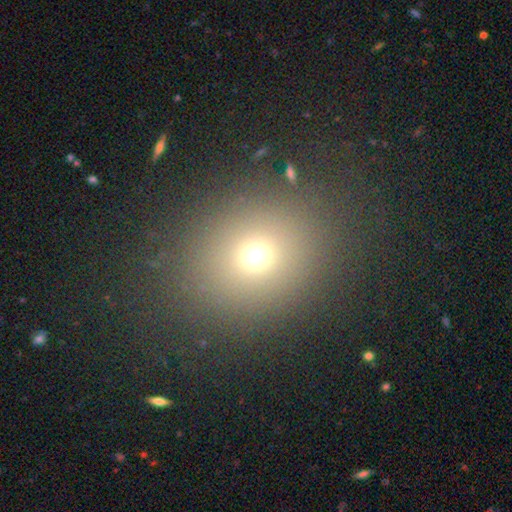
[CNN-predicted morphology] Overall: smooth (68%). How rounded: round (69%; in between 30%). Merging: none (85%).